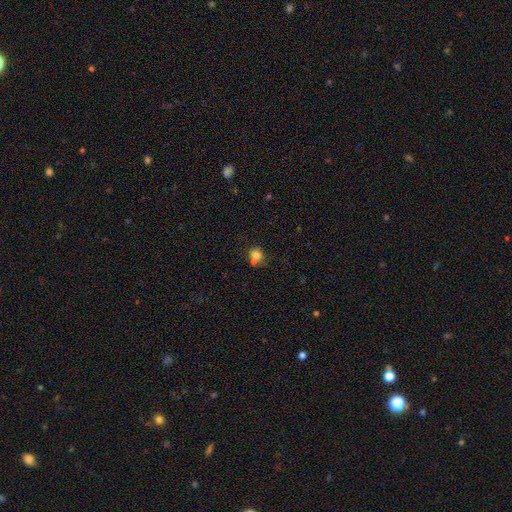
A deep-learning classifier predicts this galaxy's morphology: Q: Smooth or featured?
A: smooth (75%); runner-up: star or artifact (13%)
Q: How rounded?
A: round (70%); runner-up: in between (29%)
Q: Merging?
A: none (43%); runner-up: merger (38%)